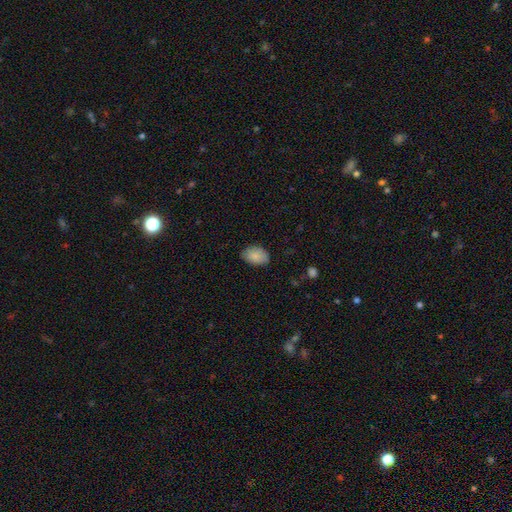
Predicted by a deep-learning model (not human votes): smooth_or_featured: smooth (p=0.87) [alt: star or artifact p=0.07]
how_rounded: in between (p=0.88) [alt: round p=0.11]
merging: none (p=0.79) [alt: minor disturbance p=0.17]